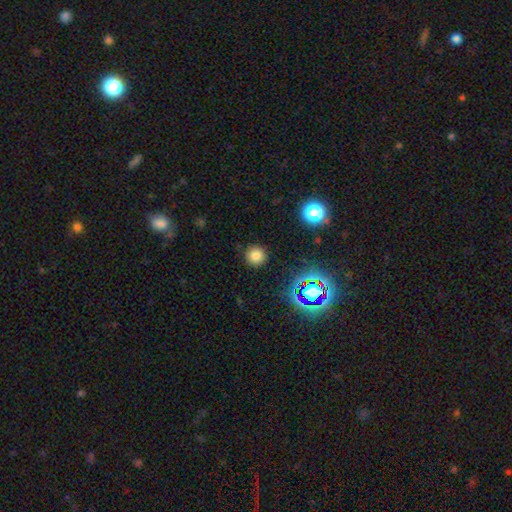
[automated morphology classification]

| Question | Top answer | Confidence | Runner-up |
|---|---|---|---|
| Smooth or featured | smooth | 76% | star or artifact (18%) |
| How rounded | round | 94% | in between (5%) |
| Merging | none | 90% | minor disturbance (6%) |